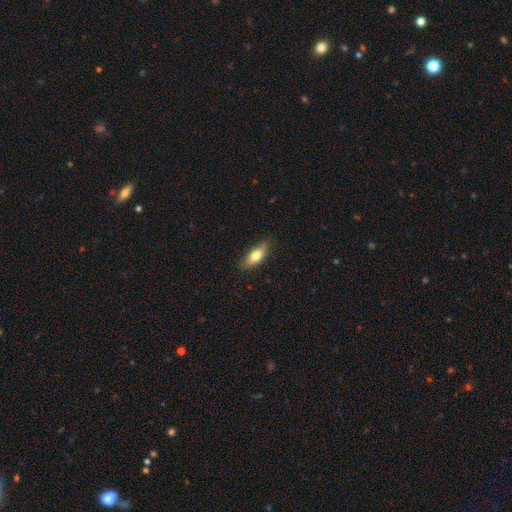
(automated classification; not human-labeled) Smooth or featured: smooth — 75% (featured or disk — 19%)
How rounded: in between — 71% (cigar-shaped — 27%)
Merging: none — 82% (minor disturbance — 14%)